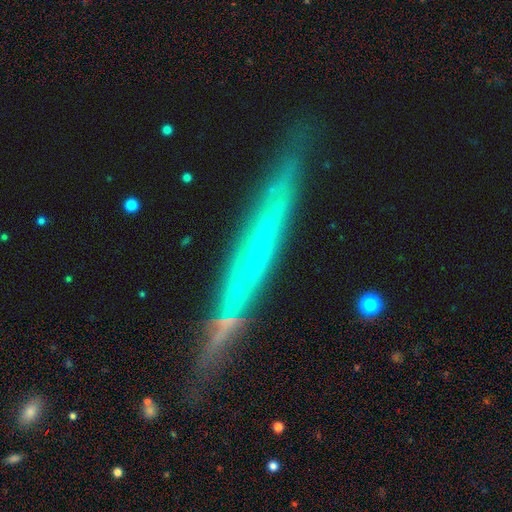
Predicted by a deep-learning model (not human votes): Morphology: type=featured or disk (71%); edge-on=yes (90%); edge-on bulge=none (81%); merging=none (80%).